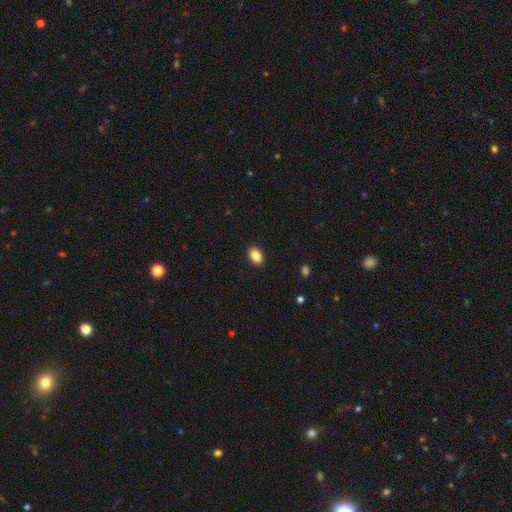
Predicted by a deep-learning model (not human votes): Morphology: type=smooth (87%); roundness=in between (87%); merging=none (90%).